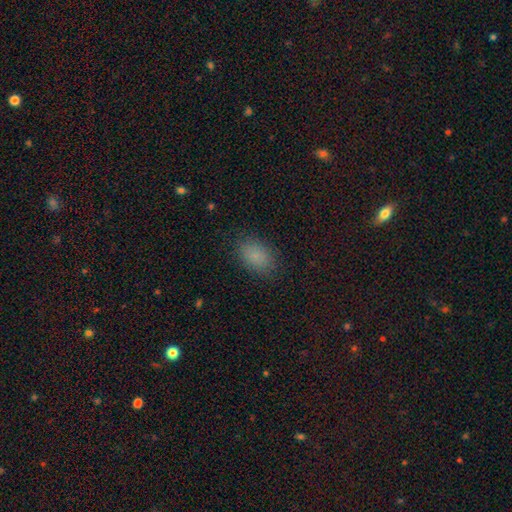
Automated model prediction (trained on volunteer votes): Smooth or featured? smooth (84%)
How rounded? in between (85%)
Merging? none (84%)